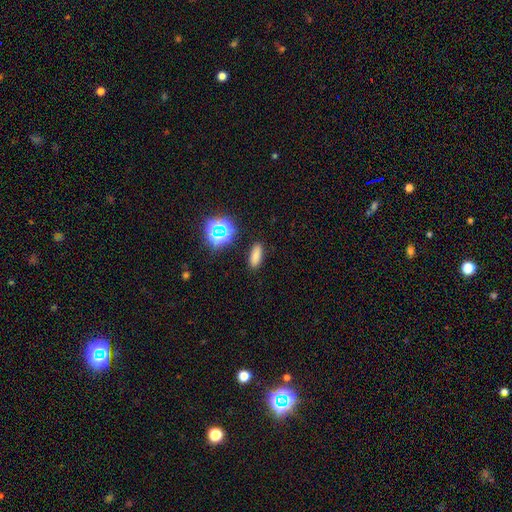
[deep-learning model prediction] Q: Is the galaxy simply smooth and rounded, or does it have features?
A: smooth — 75%.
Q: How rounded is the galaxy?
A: in between — 66%.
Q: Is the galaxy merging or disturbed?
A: none — 88%.